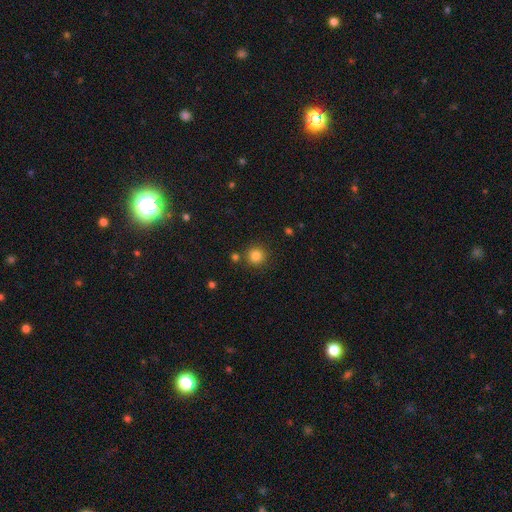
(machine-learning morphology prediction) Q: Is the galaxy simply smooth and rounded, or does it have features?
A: smooth — 83%.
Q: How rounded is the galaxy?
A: round — 94%.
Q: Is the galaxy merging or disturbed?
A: none — 83%.